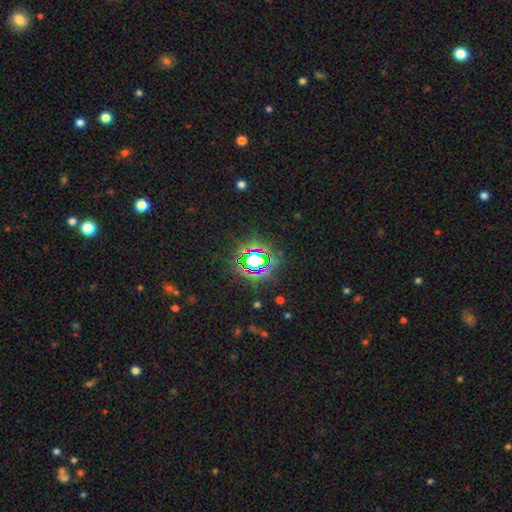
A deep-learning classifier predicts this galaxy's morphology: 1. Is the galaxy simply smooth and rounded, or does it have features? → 74% star or artifact, 16% smooth, 10% featured or disk.